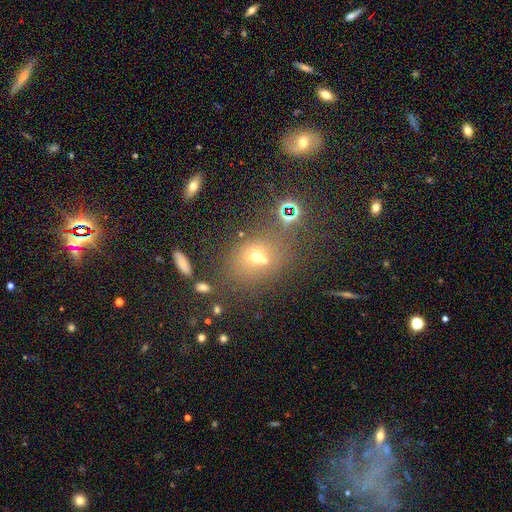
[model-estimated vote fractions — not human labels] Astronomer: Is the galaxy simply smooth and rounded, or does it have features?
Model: smooth — 56%.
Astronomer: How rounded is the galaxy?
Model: round — 61% (runner-up: in between, 38%).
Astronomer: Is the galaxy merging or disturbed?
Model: none — 55%.